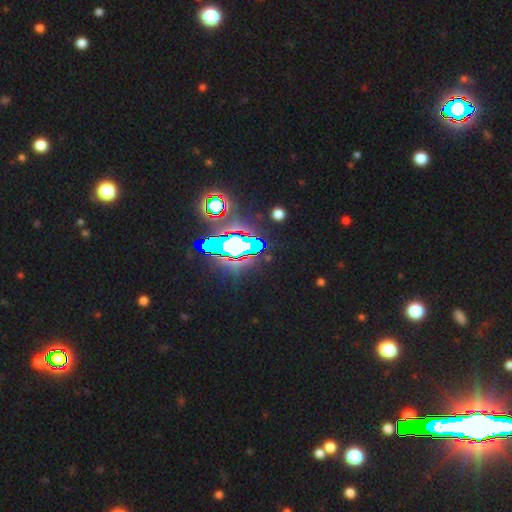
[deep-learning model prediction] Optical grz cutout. It shows a star or artifact, not a galaxy (82%).